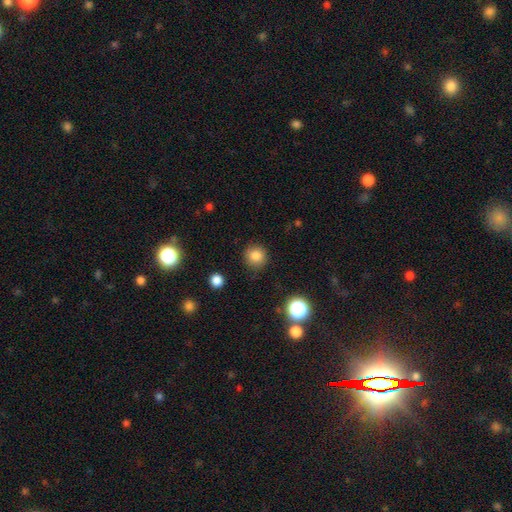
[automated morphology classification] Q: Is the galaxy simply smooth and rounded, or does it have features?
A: smooth — 83%.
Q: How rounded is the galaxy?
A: round — 91%.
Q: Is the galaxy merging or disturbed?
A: none — 87%.